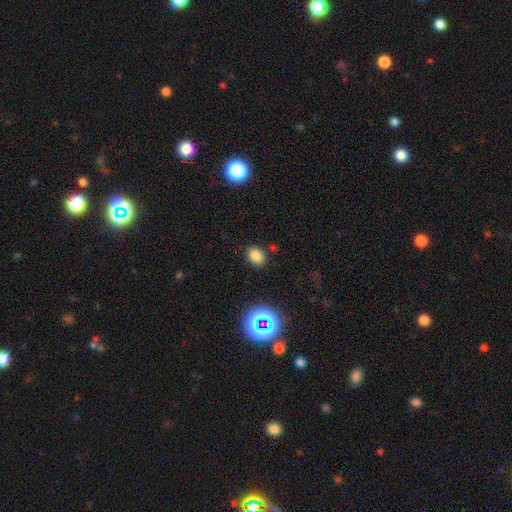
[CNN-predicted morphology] smooth-or-featured: smooth: 78% | star or artifact: 17% | featured or disk: 5%
  how-rounded: in between: 69% | round: 30% | cigar-shaped: 1%
  merging: none: 83% | minor disturbance: 11% | major disturbance: 3% | merger: 3%